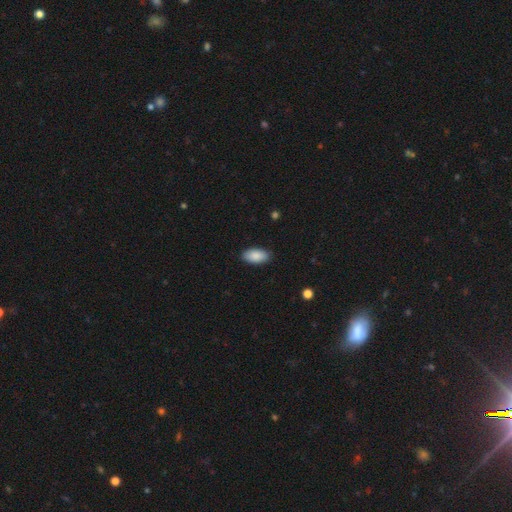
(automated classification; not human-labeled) smooth_or_featured: smooth (p=0.89) [alt: star or artifact p=0.06]
how_rounded: in between (p=0.95) [alt: cigar-shaped p=0.03]
merging: none (p=0.88) [alt: minor disturbance p=0.09]